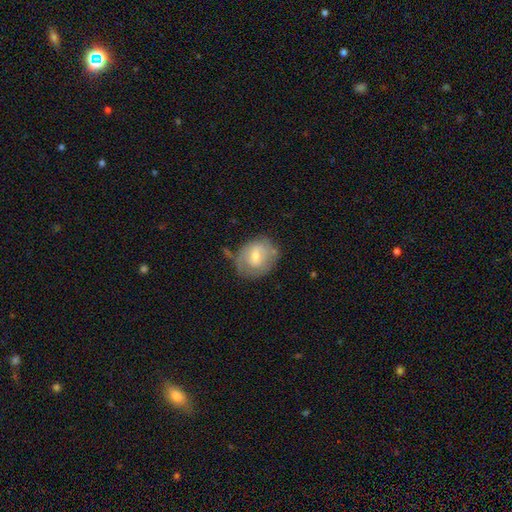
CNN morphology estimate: smooth-or-featured: featured or disk: 49% | smooth: 43% | star or artifact: 7%
  merging: none: 60% | minor disturbance: 26% | major disturbance: 10% | merger: 5%